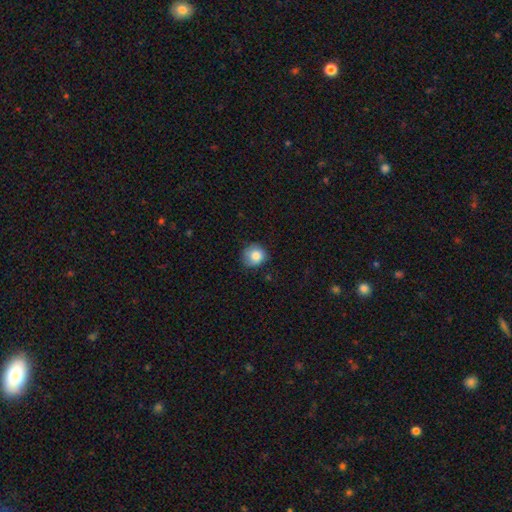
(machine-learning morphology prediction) Smooth or featured?
  - smooth: 84% *
  - star or artifact: 8%
  - featured or disk: 7%
How rounded?
  - round: 87% *
  - in between: 12%
  - cigar-shaped: 1%
Merging?
  - none: 72% *
  - minor disturbance: 22%
  - major disturbance: 5%
  - merger: 1%